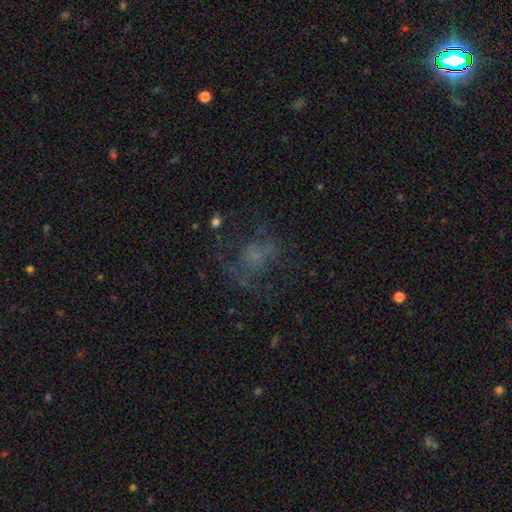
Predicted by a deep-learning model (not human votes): Smooth or featured? Predicted: featured or disk (p=0.41). Merging? Predicted: none (p=0.48).